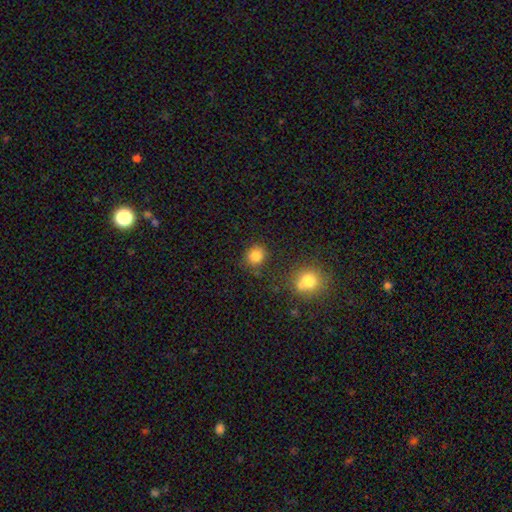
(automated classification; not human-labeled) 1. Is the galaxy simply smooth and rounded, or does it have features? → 83% smooth, 11% star or artifact, 5% featured or disk.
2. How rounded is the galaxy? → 84% round, 15% in between, 1% cigar-shaped.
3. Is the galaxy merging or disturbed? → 82% none, 10% minor disturbance, 5% merger, 3% major disturbance.